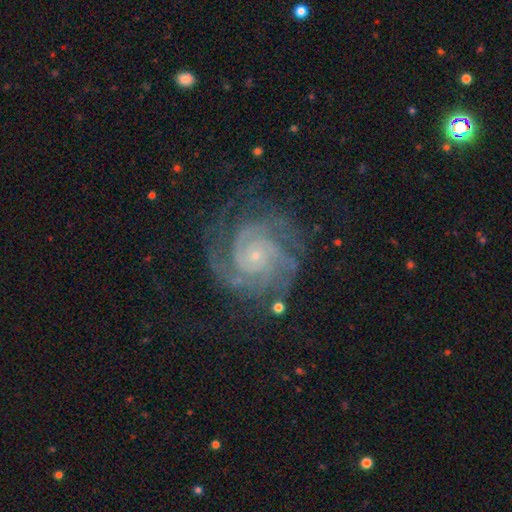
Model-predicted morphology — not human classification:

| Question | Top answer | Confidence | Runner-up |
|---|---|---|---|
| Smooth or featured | featured or disk | 90% | star or artifact (6%) |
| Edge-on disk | no | 98% | yes (2%) |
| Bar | no | 76% | weak (18%) |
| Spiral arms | yes | 98% | no (2%) |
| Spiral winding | tight | 73% | medium (24%) |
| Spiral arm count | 2 | 32% | 3 (26%) |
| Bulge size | small | 83% | moderate (12%) |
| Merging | none | 73% | minor disturbance (16%) |